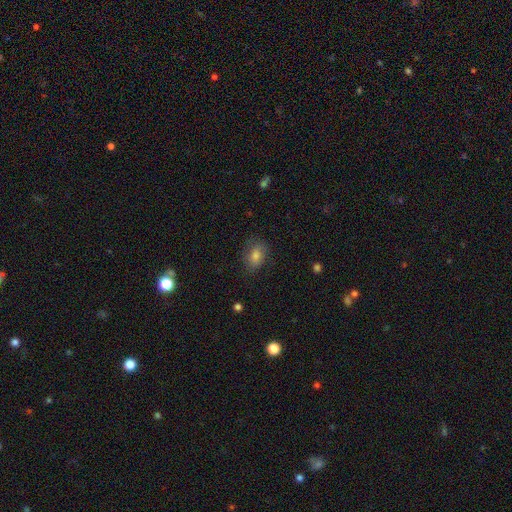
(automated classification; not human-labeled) A smooth galaxy with no disk features (73%) that is in between round and cigar-shaped (73%).

Vote fractions:
- Smooth or featured? smooth: 73% / featured or disk: 16% / star or artifact: 11%
- How rounded? in between: 73% / round: 25% / cigar-shaped: 2%
- Merging? none: 74% / minor disturbance: 19% / major disturbance: 6% / merger: 1%